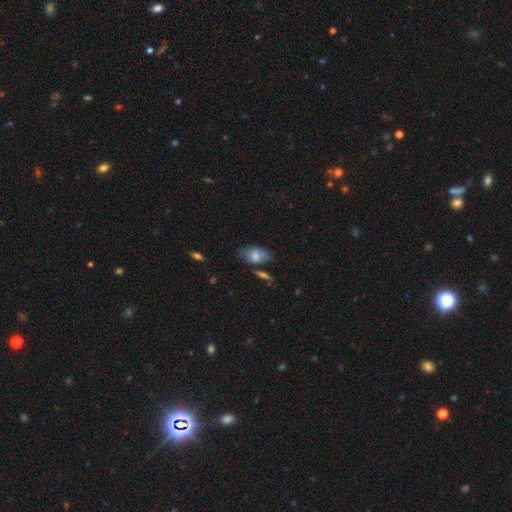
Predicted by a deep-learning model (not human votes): This is likely a smooth galaxy (71%). How rounded: clearly in between (90%). Merging: possibly none (57%).